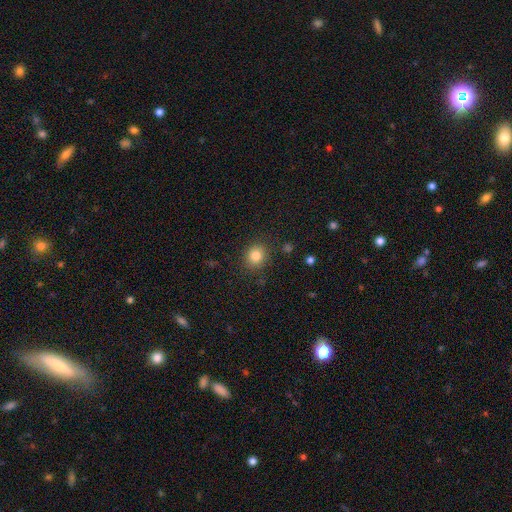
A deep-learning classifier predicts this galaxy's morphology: This is clearly a smooth galaxy (83%). How rounded: likely round (79%). Merging: clearly none (86%).